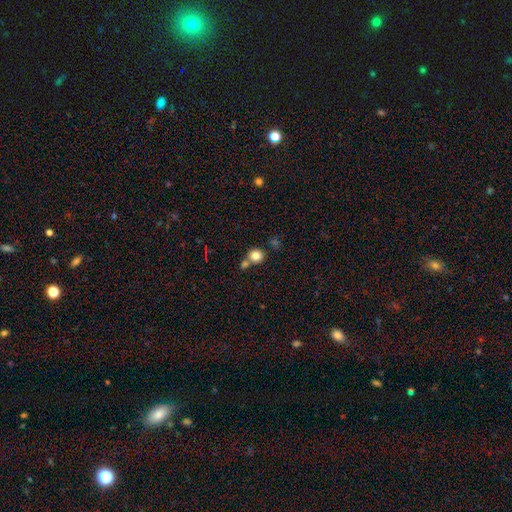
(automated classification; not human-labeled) smooth_or_featured: smooth (p=0.82) [alt: star or artifact p=0.11]
how_rounded: round (p=0.82) [alt: in between p=0.17]
merging: none (p=0.57) [alt: merger p=0.31]